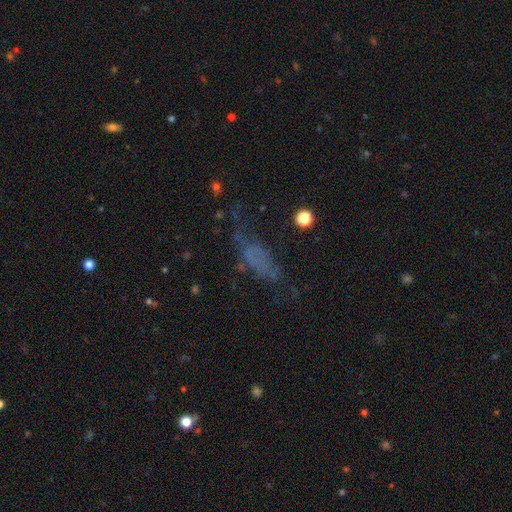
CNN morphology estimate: This appears to be a smooth galaxy with no disk features (40%). Merging: none (42%).